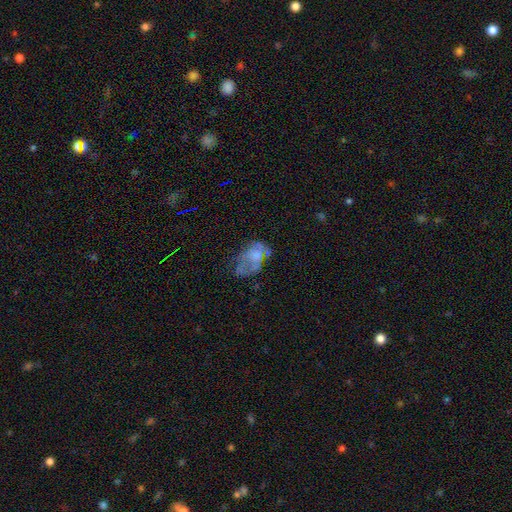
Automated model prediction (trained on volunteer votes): This appears to be a smooth galaxy with no disk features (47%). Merging: major disturbance (39%).